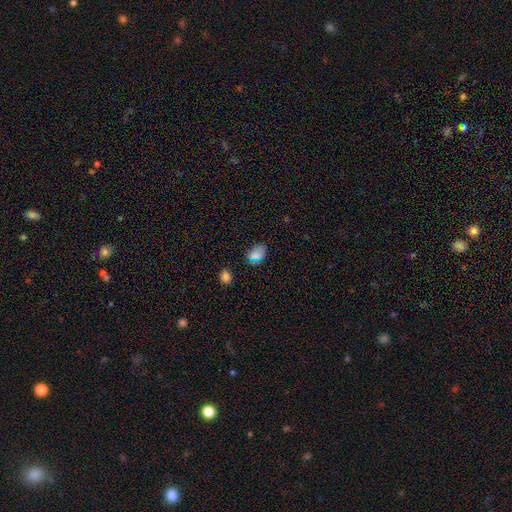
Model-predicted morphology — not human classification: Q: Smooth or featured?
A: smooth (71%); runner-up: star or artifact (23%)
Q: How rounded?
A: in between (83%); runner-up: round (15%)
Q: Merging?
A: none (78%); runner-up: minor disturbance (15%)